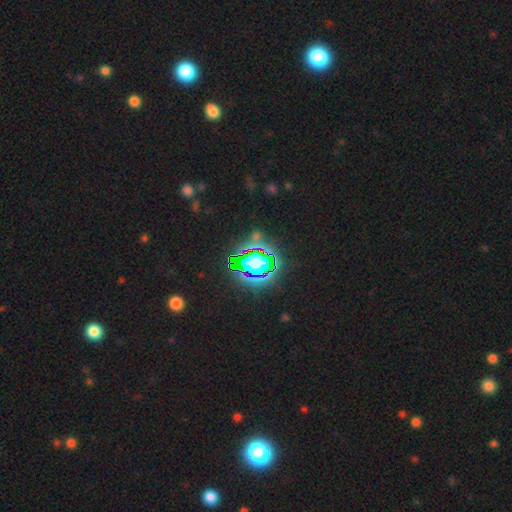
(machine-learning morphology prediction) smooth-or-featured: star or artifact: 80% | smooth: 12% | featured or disk: 8%